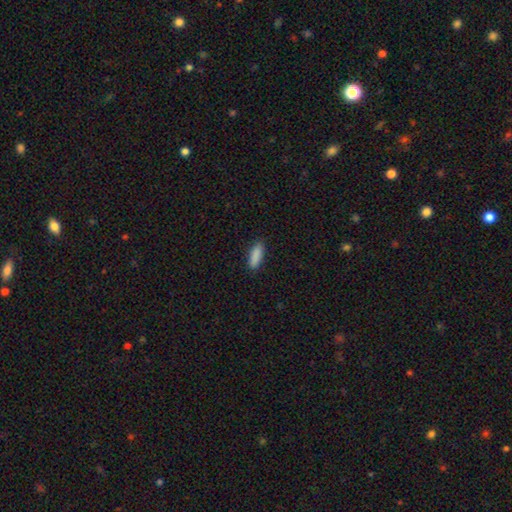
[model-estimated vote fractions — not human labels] Smooth or featured: smooth — 89% (star or artifact — 7%)
How rounded: in between — 58% (cigar-shaped — 41%)
Merging: none — 87% (minor disturbance — 10%)